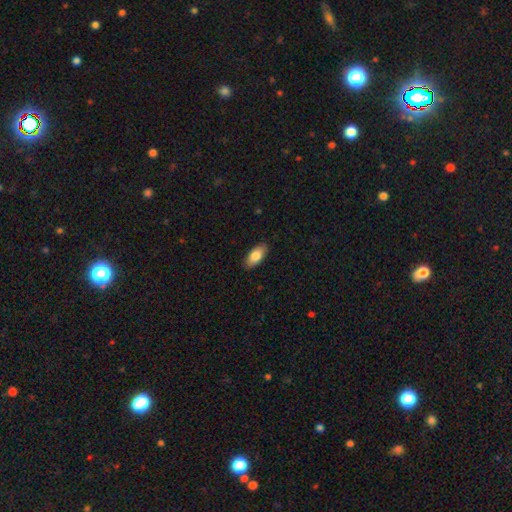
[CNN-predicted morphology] Q: Smooth or featured?
A: smooth (83%); runner-up: featured or disk (11%)
Q: How rounded?
A: in between (91%); runner-up: cigar-shaped (7%)
Q: Merging?
A: none (88%); runner-up: minor disturbance (9%)